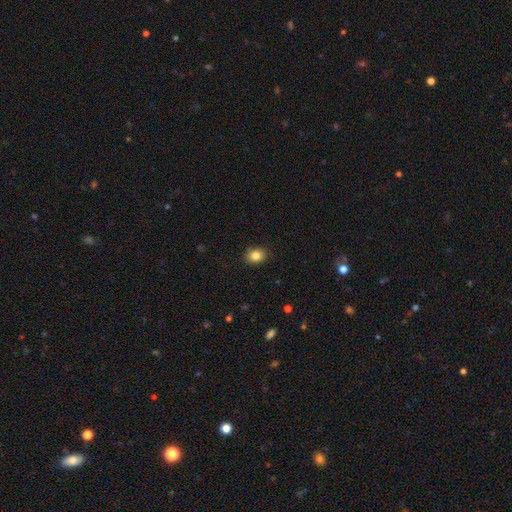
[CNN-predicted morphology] This appears to be a smooth galaxy with no disk features (84%) that is round (51%). Merging: none (88%).